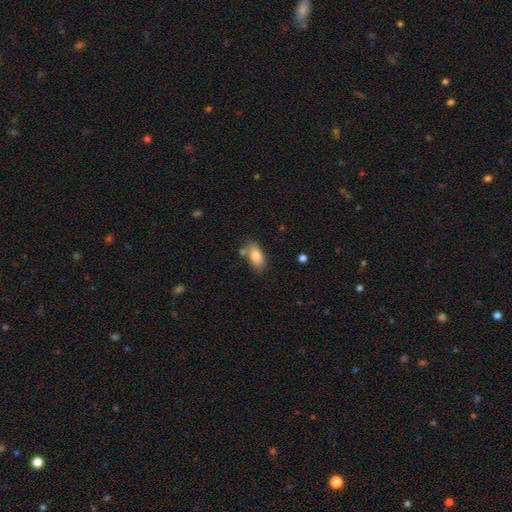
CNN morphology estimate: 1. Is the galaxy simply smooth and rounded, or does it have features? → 81% smooth, 12% featured or disk, 7% star or artifact.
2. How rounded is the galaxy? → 90% in between, 5% cigar-shaped, 5% round.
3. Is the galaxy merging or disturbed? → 69% none, 16% minor disturbance, 12% merger, 4% major disturbance.